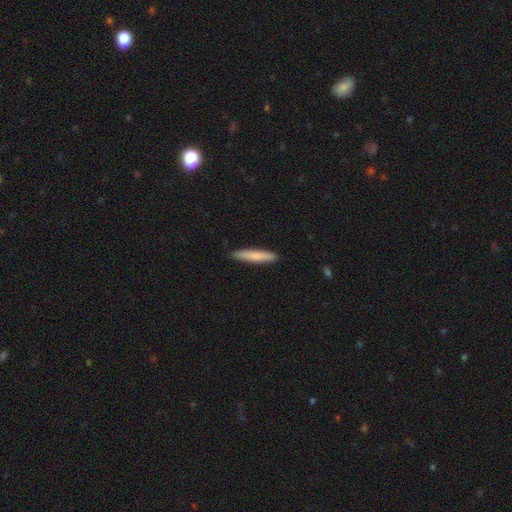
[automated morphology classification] Overall: smooth (80%). How rounded: cigar-shaped (92%). Merging: none (90%).